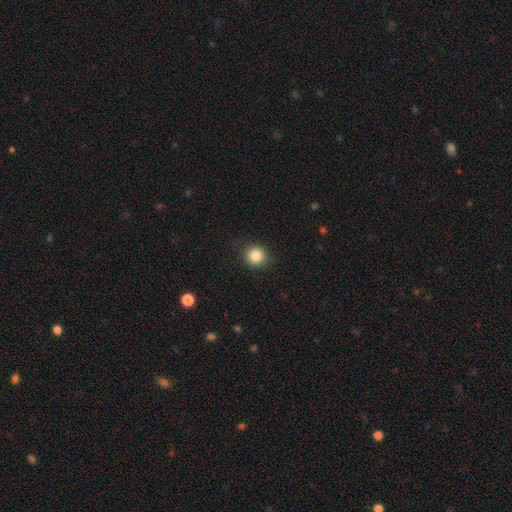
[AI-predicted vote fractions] Smooth or featured?
  - smooth: 85% *
  - star or artifact: 11%
  - featured or disk: 4%
How rounded?
  - round: 91% *
  - in between: 8%
  - cigar-shaped: 1%
Merging?
  - none: 88% *
  - minor disturbance: 9%
  - major disturbance: 3%
  - merger: 1%